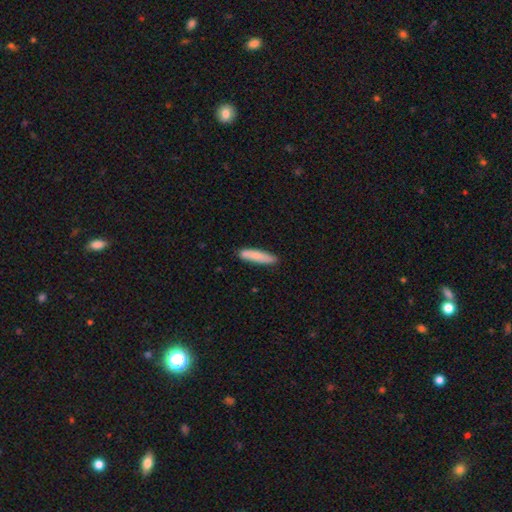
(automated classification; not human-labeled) Q: Smooth or featured?
A: smooth (81%); runner-up: featured or disk (13%)
Q: How rounded?
A: cigar-shaped (82%); runner-up: in between (17%)
Q: Merging?
A: none (82%); runner-up: minor disturbance (13%)